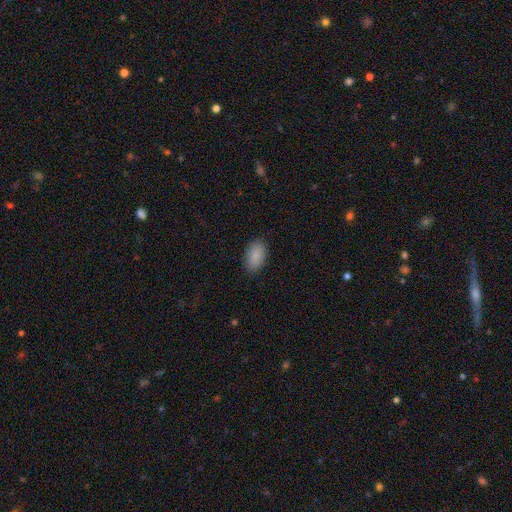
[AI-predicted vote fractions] Overall: smooth (88%). How rounded: in between (94%). Merging: none (88%).